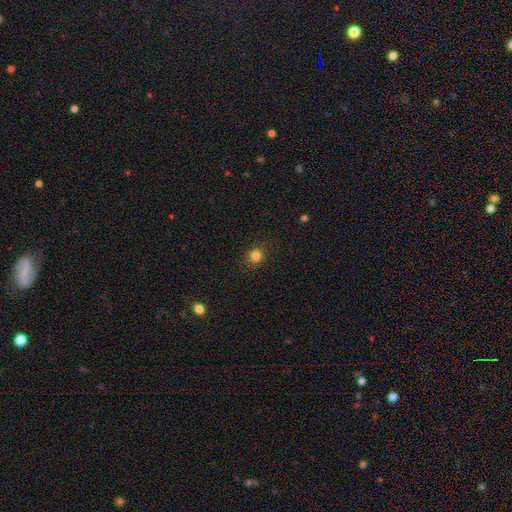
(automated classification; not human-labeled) Morphology: type=smooth (83%); roundness=round (85%); merging=none (88%).